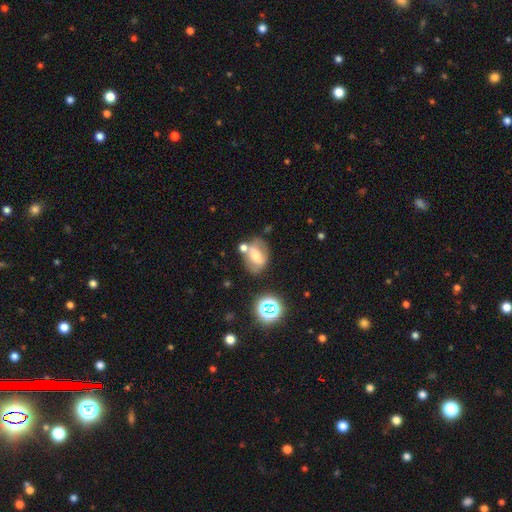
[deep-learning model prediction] A smooth galaxy with no disk features (46%).

Vote fractions:
- Smooth or featured? smooth: 46% / featured or disk: 41% / star or artifact: 13%
- Merging? none: 54% / merger: 19% / minor disturbance: 19% / major disturbance: 8%